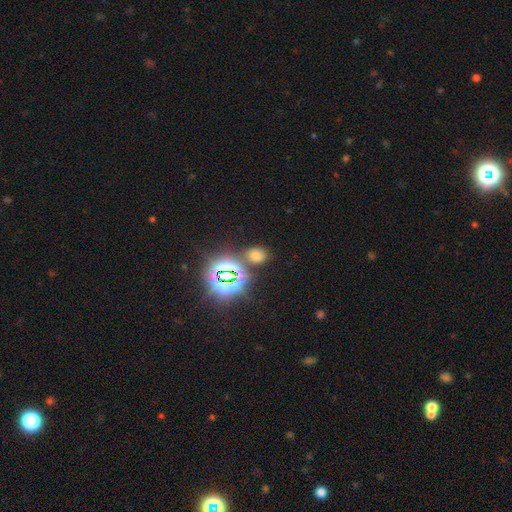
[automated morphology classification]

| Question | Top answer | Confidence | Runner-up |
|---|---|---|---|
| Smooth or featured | smooth | 55% | star or artifact (38%) |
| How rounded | in between | 56% | round (43%) |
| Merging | none | 76% | minor disturbance (11%) |